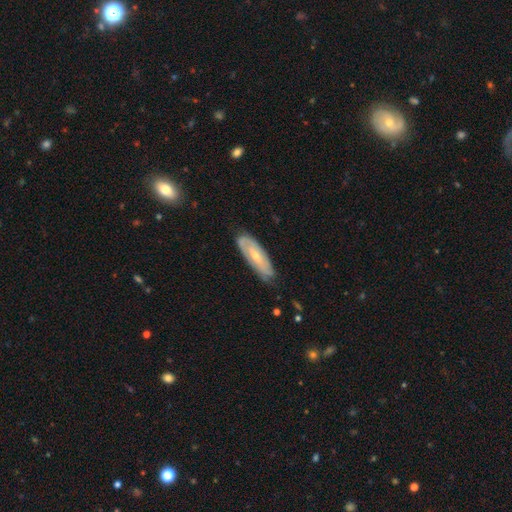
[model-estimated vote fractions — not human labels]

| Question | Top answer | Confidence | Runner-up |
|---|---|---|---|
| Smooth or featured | featured or disk | 58% | smooth (36%) |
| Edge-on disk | no | 76% | yes (24%) |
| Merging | none | 74% | minor disturbance (21%) |